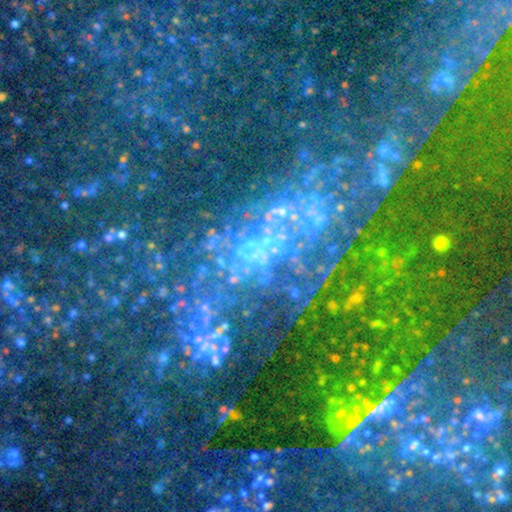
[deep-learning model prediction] Q: Smooth or featured?
A: featured or disk (60%); runner-up: star or artifact (27%)
Q: Edge-on disk?
A: no (96%); runner-up: yes (4%)
Q: Bar?
A: no (74%); runner-up: weak (17%)
Q: Spiral arms?
A: no (55%); runner-up: yes (45%)
Q: Bulge size?
A: small (48%); runner-up: none (29%)
Q: Merging?
A: none (42%); runner-up: major disturbance (22%)